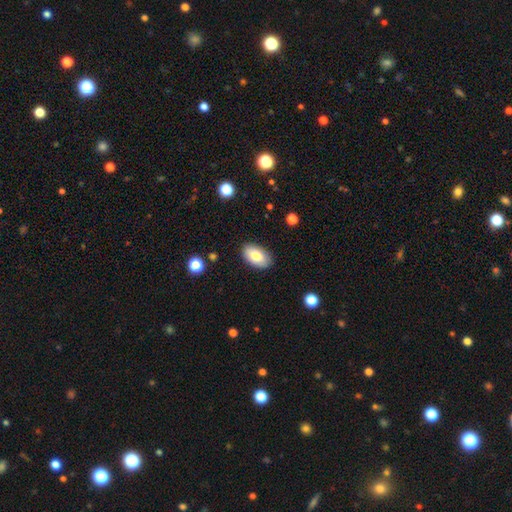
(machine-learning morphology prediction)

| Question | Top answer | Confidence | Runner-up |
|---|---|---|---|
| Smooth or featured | smooth | 82% | featured or disk (11%) |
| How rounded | in between | 94% | round (4%) |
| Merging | none | 87% | minor disturbance (10%) |